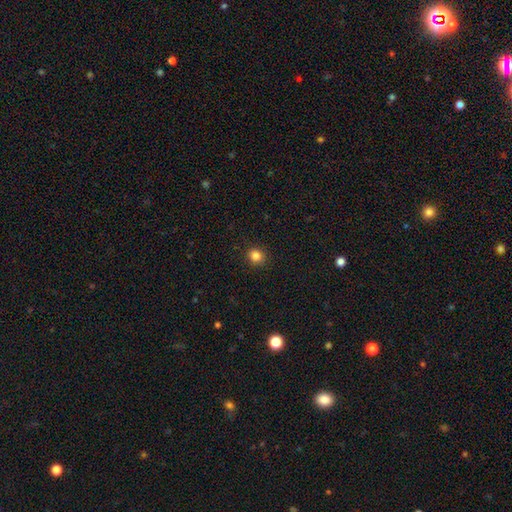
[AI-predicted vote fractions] This appears to be a smooth galaxy with no disk features (84%) that is round (86%). Merging: none (91%).